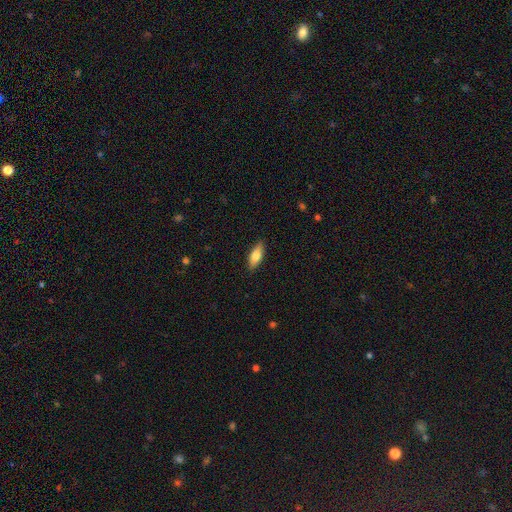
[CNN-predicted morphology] Smooth or featured? smooth (77%)
How rounded? in between (70%)
Merging? none (88%)